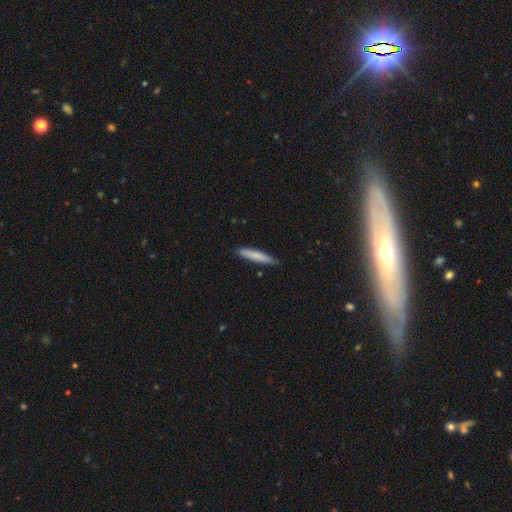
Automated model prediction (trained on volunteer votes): smooth 79%, featured or disk 15%, star or artifact 6%. Down the decision tree: how rounded — cigar-shaped (91%); merging — none (84%).